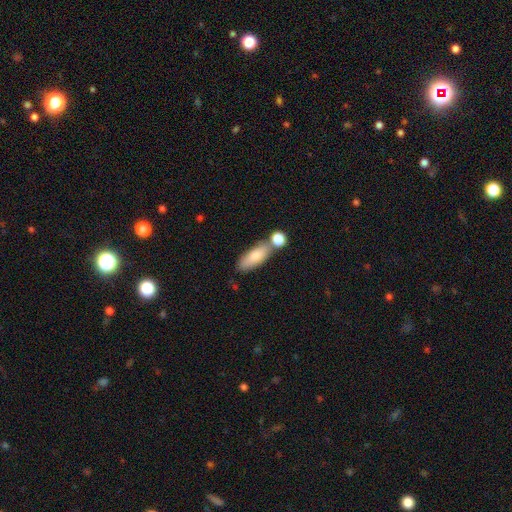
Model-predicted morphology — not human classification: The model was most divided on "how rounded": in between: 65%, cigar-shaped: 31%, round: 3%. More confident: smooth or featured — smooth (78%); merging — none (59%).